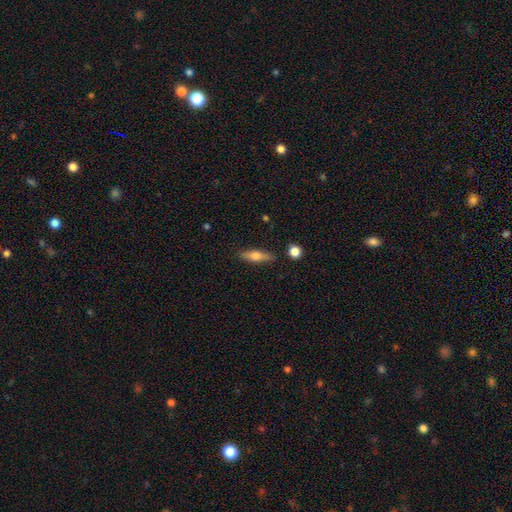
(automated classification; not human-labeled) Smooth or featured?
  - smooth: 52% *
  - featured or disk: 41%
  - star or artifact: 7%
How rounded?
  - cigar-shaped: 63% *
  - in between: 33%
  - round: 3%
Merging?
  - none: 84% *
  - minor disturbance: 10%
  - merger: 3%
  - major disturbance: 3%